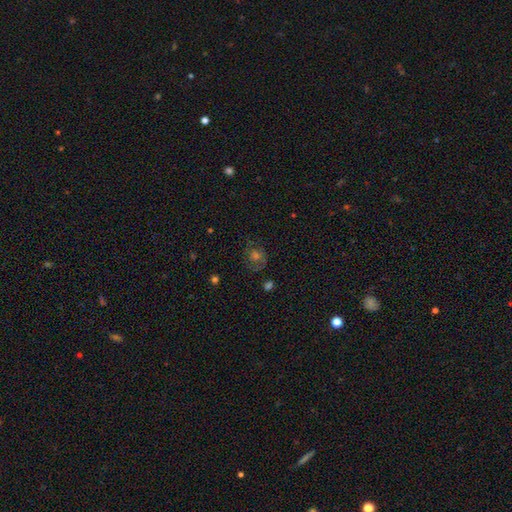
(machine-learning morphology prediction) featured or disk 39%, smooth 35%, star or artifact 26%. Down the decision tree: merging — none (70%).